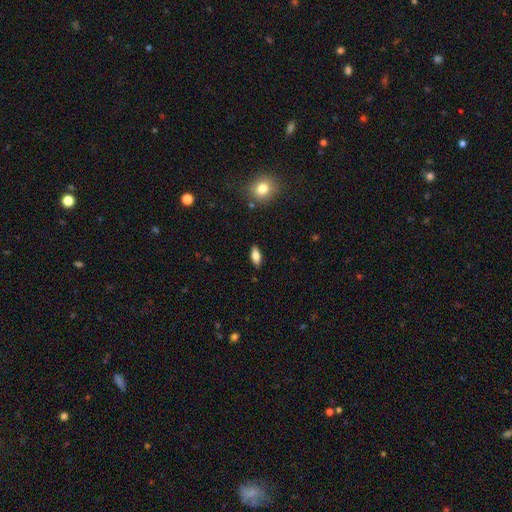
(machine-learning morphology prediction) smooth-or-featured: smooth: 70% | featured or disk: 22% | star or artifact: 8%
  how-rounded: in between: 77% | cigar-shaped: 19% | round: 3%
  merging: none: 87% | minor disturbance: 10% | major disturbance: 2% | merger: 1%